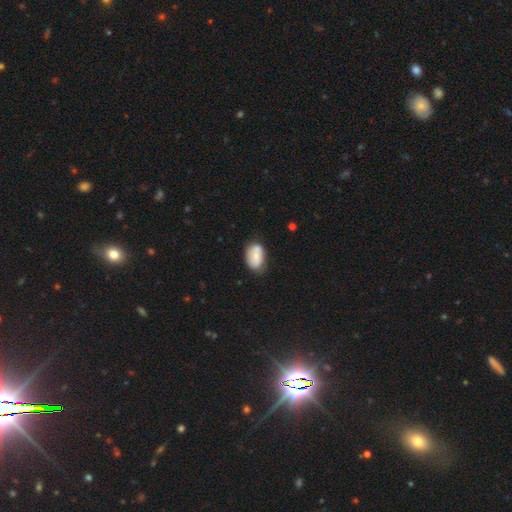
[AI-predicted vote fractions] smooth 69%, featured or disk 24%, star or artifact 7%. Down the decision tree: how rounded — in between (87%); merging — none (58%).